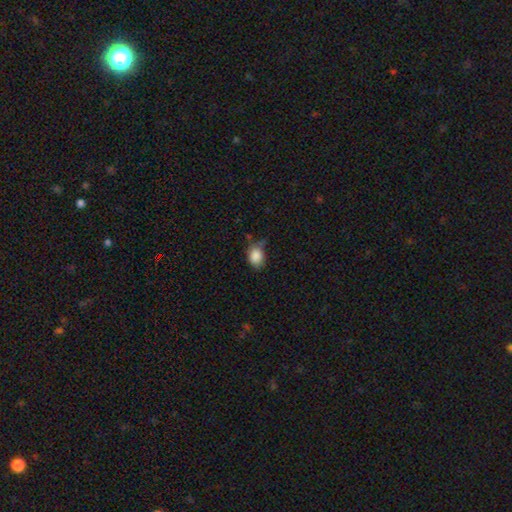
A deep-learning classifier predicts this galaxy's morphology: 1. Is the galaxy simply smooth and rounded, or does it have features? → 87% smooth, 8% star or artifact, 5% featured or disk.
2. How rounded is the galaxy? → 66% in between, 33% round, 1% cigar-shaped.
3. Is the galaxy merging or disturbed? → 55% none, 32% minor disturbance, 8% major disturbance, 5% merger.